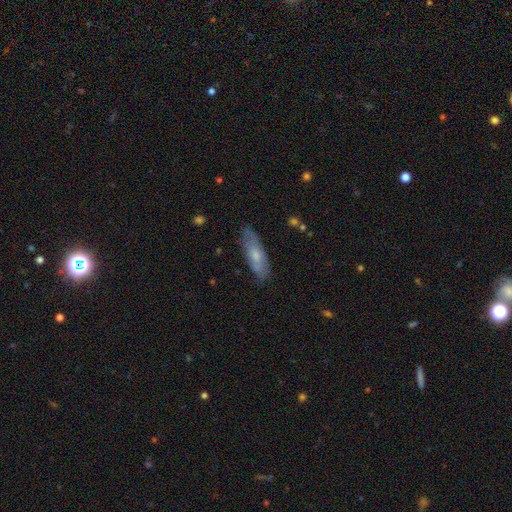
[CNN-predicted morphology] smooth-or-featured: smooth: 55% | featured or disk: 38% | star or artifact: 6%
  how-rounded: in between: 50% | cigar-shaped: 48% | round: 2%
  merging: none: 75% | minor disturbance: 19% | major disturbance: 4% | merger: 2%